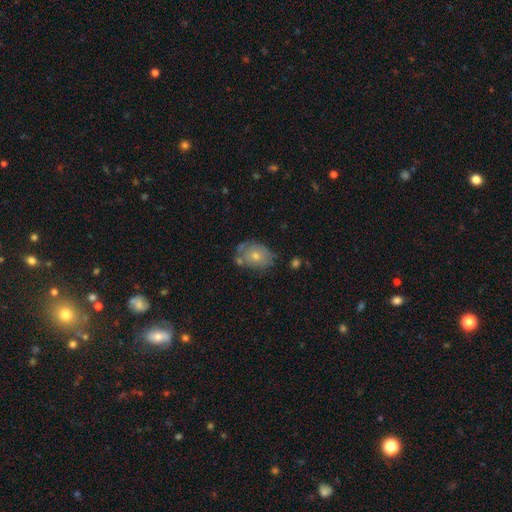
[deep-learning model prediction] Smooth or featured: smooth — 59% (featured or disk — 33%)
How rounded: in between — 68% (round — 31%)
Merging: none — 51% (minor disturbance — 29%)